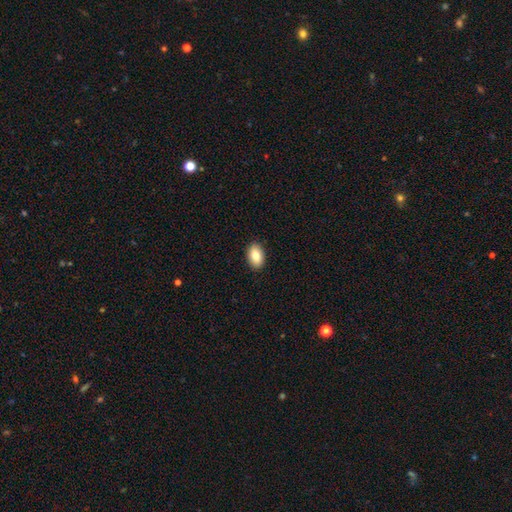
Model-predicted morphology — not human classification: A smooth galaxy with no disk features (84%) that is in between round and cigar-shaped (91%).

Vote fractions:
- Smooth or featured? smooth: 84% / featured or disk: 8% / star or artifact: 7%
- How rounded? in between: 91% / round: 8% / cigar-shaped: 2%
- Merging? none: 90% / minor disturbance: 7% / major disturbance: 2% / merger: 1%